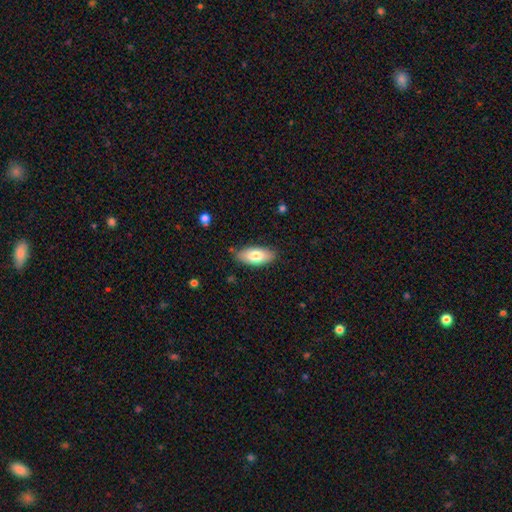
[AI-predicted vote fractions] Smooth or featured? smooth (76%)
How rounded? in between (87%)
Merging? none (85%)